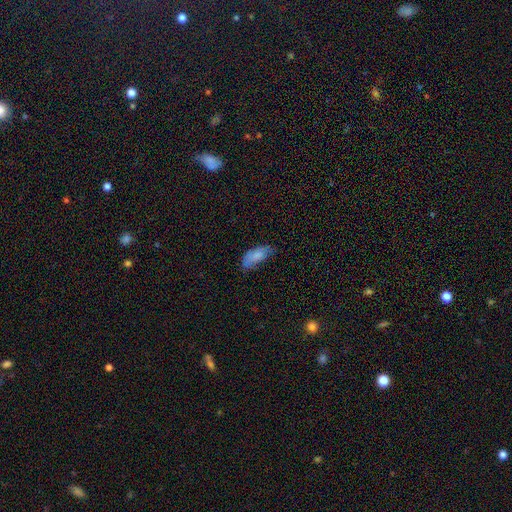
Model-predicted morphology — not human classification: This is clearly a smooth galaxy (80%). How rounded: clearly in between (86%). Merging: possibly none (50%).